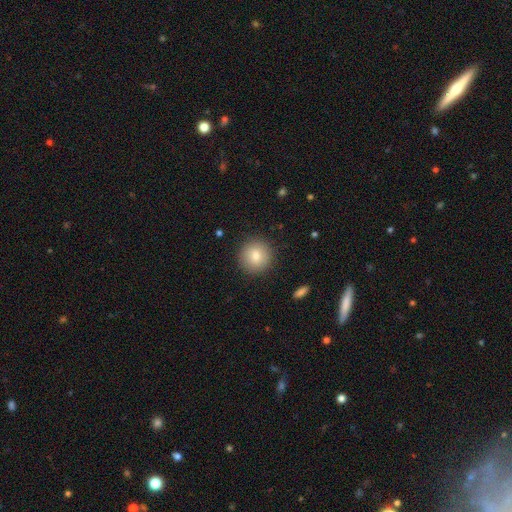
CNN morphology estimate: This appears to be a smooth galaxy with no disk features (80%) that is round (95%). Merging: none (90%).